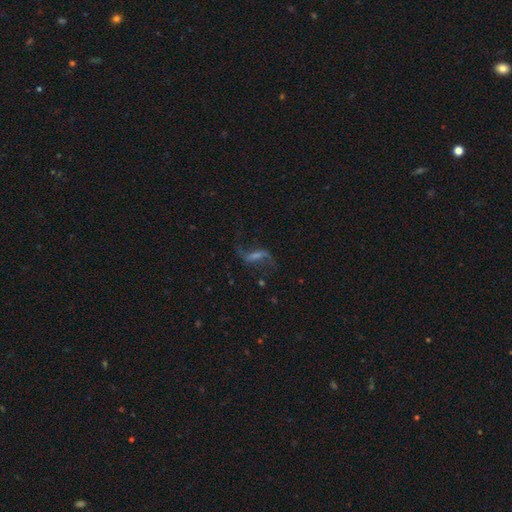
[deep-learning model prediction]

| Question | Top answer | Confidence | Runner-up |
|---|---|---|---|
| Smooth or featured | featured or disk | 74% | smooth (13%) |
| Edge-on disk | no | 90% | yes (10%) |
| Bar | strong | 41% | weak (40%) |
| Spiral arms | yes | 91% | no (9%) |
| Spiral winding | loose | 86% | medium (11%) |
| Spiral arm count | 2 | 90% | 1 (4%) |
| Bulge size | small | 38% | none (37%) |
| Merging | none | 69% | minor disturbance (15%) |